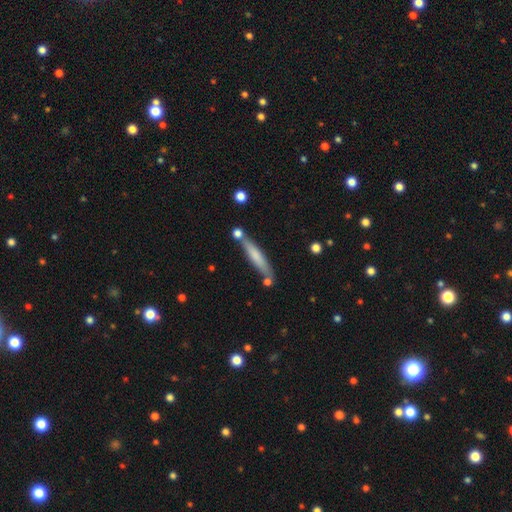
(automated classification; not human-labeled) Q: Smooth or featured?
A: smooth (64%); runner-up: featured or disk (30%)
Q: How rounded?
A: cigar-shaped (91%); runner-up: in between (7%)
Q: Merging?
A: none (73%); runner-up: minor disturbance (14%)